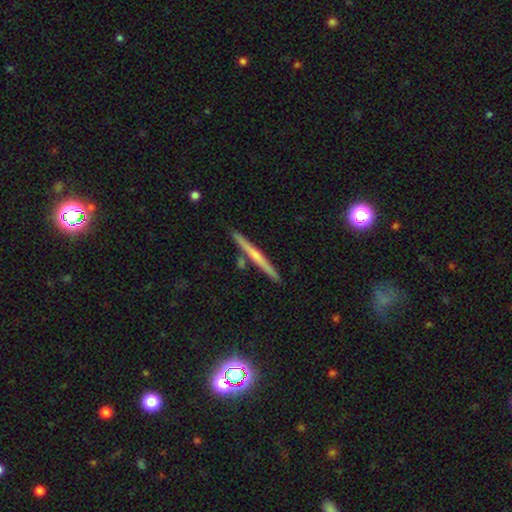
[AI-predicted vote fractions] This is possibly a featured or disk galaxy (54%). It is clearly viewed edge-on (97%). Edge-on bulge: possibly none (57%). Merging: clearly none (87%).